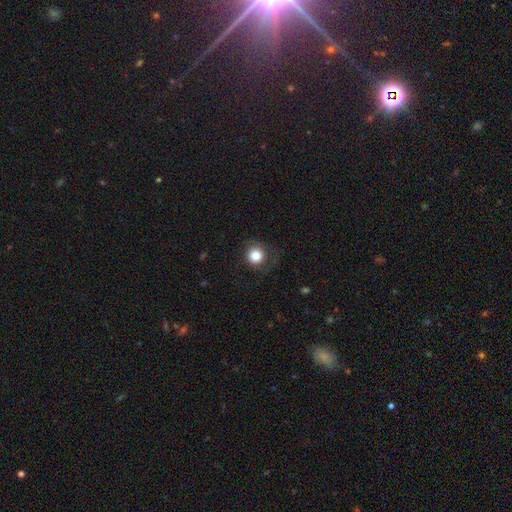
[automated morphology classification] smooth-or-featured: smooth: 83% | star or artifact: 10% | featured or disk: 7%
  how-rounded: round: 92% | in between: 7% | cigar-shaped: 1%
  merging: none: 72% | minor disturbance: 17% | major disturbance: 10% | merger: 1%